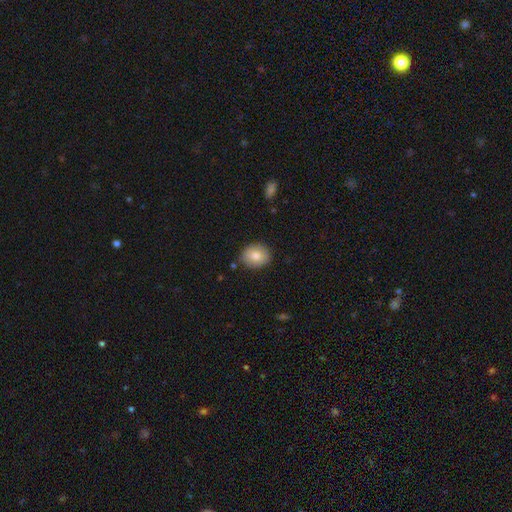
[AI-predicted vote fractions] A smooth galaxy with no disk features (79%) that is round (65%).

Vote fractions:
- Smooth or featured? smooth: 79% / featured or disk: 13% / star or artifact: 8%
- How rounded? round: 65% / in between: 34% / cigar-shaped: 1%
- Merging? none: 85% / minor disturbance: 11% / major disturbance: 2% / merger: 2%